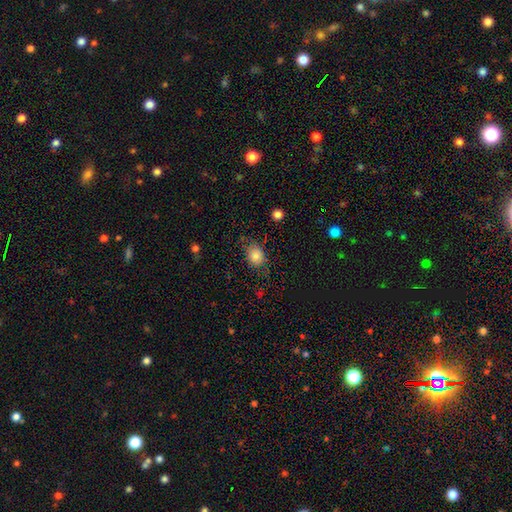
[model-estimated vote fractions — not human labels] A smooth galaxy with no disk features (84%) that is round (50%).

Vote fractions:
- Smooth or featured? smooth: 84% / star or artifact: 10% / featured or disk: 6%
- How rounded? round: 50% / in between: 49% / cigar-shaped: 1%
- Merging? none: 70% / minor disturbance: 22% / major disturbance: 6% / merger: 2%